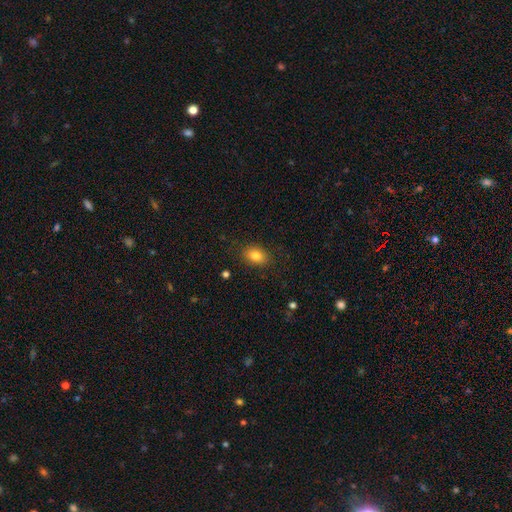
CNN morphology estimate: smooth-or-featured: smooth: 84% | star or artifact: 9% | featured or disk: 7%
  how-rounded: in between: 81% | round: 18% | cigar-shaped: 1%
  merging: none: 86% | minor disturbance: 10% | major disturbance: 3% | merger: 1%